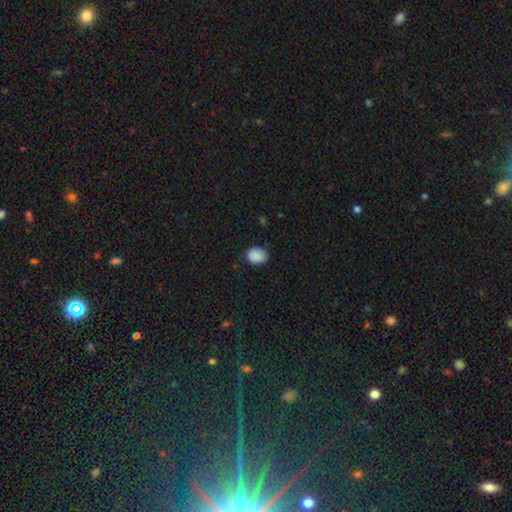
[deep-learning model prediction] This is clearly a smooth galaxy (89%). How rounded: possibly in between (59%). Merging: clearly none (82%).